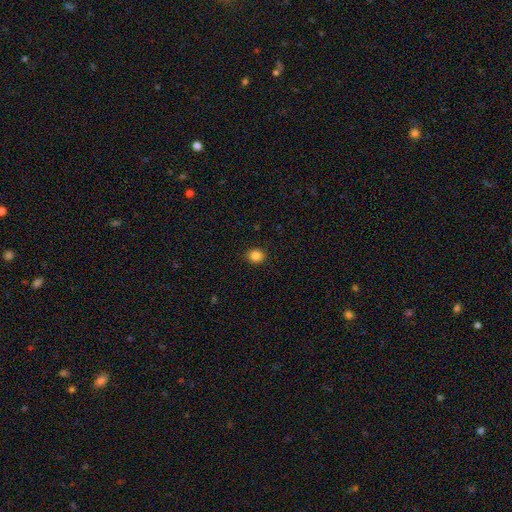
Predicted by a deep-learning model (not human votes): Overall: smooth (86%). How rounded: round (72%). Merging: none (90%).